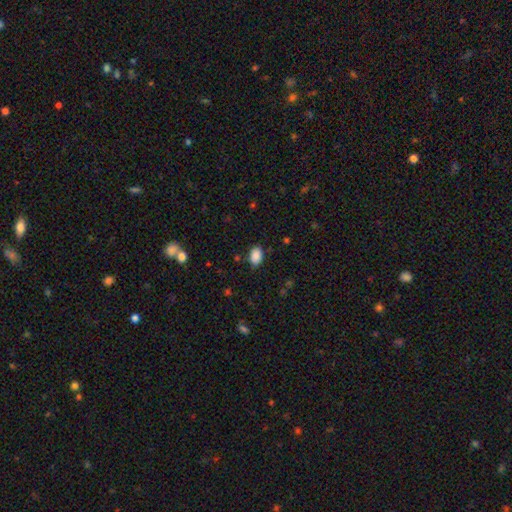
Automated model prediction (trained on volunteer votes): Smooth or featured? smooth (88%)
How rounded? in between (83%)
Merging? none (83%)